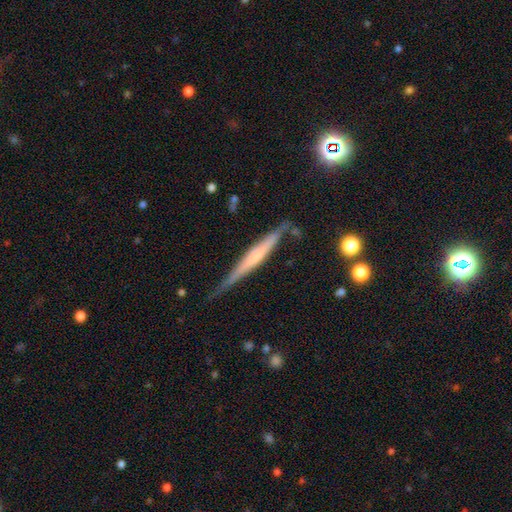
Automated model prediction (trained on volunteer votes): Q: Smooth or featured?
A: featured or disk (60%); runner-up: smooth (34%)
Q: Edge-on disk?
A: yes (96%); runner-up: no (4%)
Q: Edge-on bulge?
A: none (48%); runner-up: rounded (36%)
Q: Merging?
A: none (73%); runner-up: minor disturbance (20%)